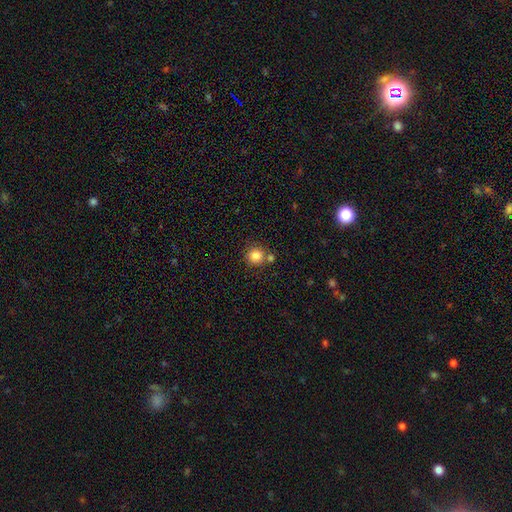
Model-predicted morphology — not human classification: A smooth galaxy with no disk features (83%) that is round (91%).

Vote fractions:
- Smooth or featured? smooth: 83% / star or artifact: 11% / featured or disk: 6%
- How rounded? round: 91% / in between: 8% / cigar-shaped: 1%
- Merging? none: 72% / merger: 16% / minor disturbance: 9% / major disturbance: 3%